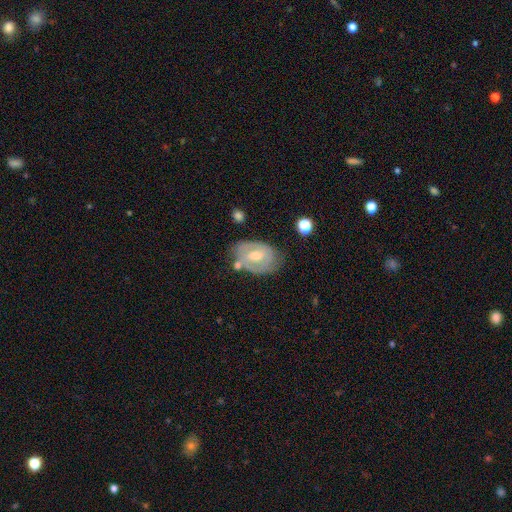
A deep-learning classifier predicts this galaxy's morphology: type=featured or disk (72%); edge-on=no (95%); bar=weak (49%); spiral arms=yes (75%); winding=tight (51%); arm count=2 (65%); bulge=moderate (60%); merging=none (66%).